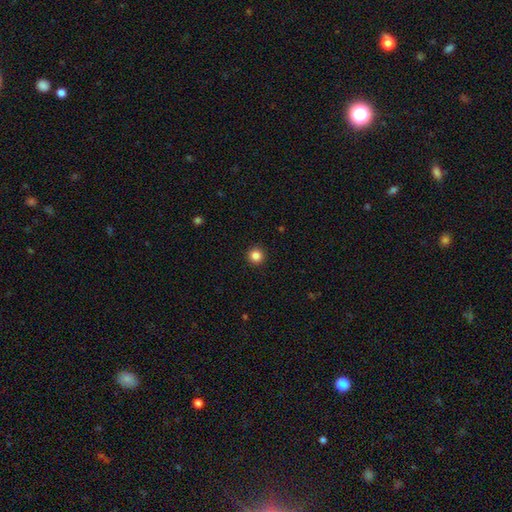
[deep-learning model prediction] The model was most divided on "smooth or featured": smooth: 85%, star or artifact: 11%, featured or disk: 4%. More confident: how rounded — round (96%); merging — none (93%).